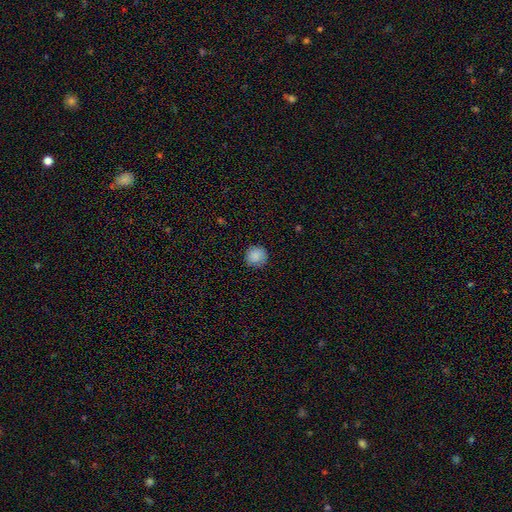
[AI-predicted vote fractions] smooth-or-featured: smooth: 88% | star or artifact: 9% | featured or disk: 3%
  how-rounded: round: 94% | in between: 5% | cigar-shaped: 1%
  merging: none: 89% | minor disturbance: 8% | major disturbance: 2% | merger: 1%